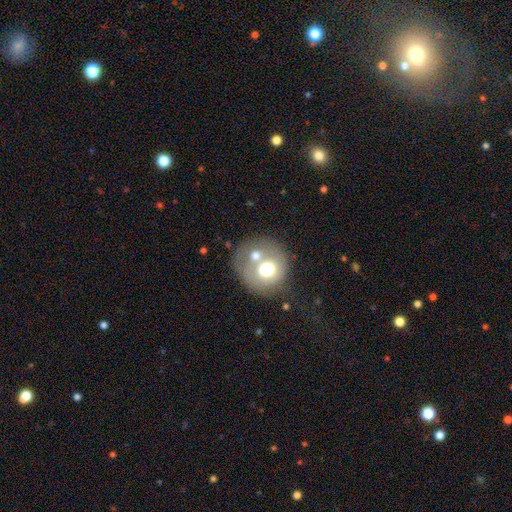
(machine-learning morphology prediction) A smooth galaxy with no disk features (59%) that is round (82%). Merging: none (41%).